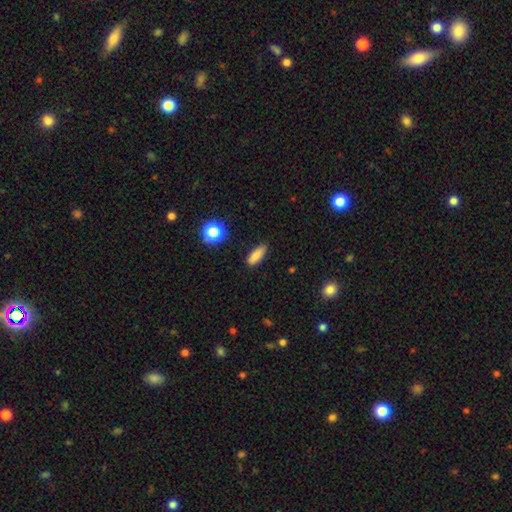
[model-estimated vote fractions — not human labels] Overall: smooth (84%). How rounded: in between (70%). Merging: none (83%).